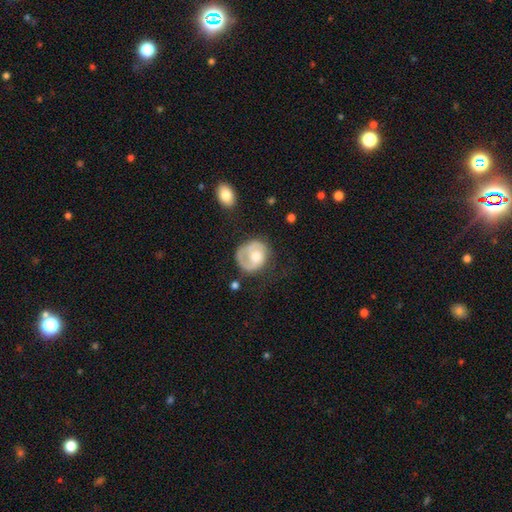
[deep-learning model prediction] Overall: featured or disk (56%; smooth 38%). Edge-on disk: no (98%). Bar: no (75%). Spiral arms: yes (70%). Bulge size: moderate (63%). Merging: none (49%; minor disturbance 24%).